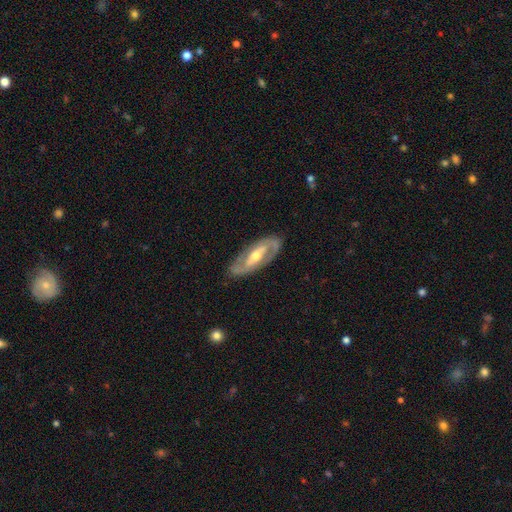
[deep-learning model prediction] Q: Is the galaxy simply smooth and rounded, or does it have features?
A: featured or disk — 84%.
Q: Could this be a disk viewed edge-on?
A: no — 89%.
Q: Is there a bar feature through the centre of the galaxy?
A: strong — 42%.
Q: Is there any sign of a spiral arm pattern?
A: yes — 82%.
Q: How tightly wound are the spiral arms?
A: medium — 43%.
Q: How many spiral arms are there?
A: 2 — 85%.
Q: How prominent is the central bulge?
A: moderate — 64%.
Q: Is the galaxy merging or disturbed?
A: none — 84%.